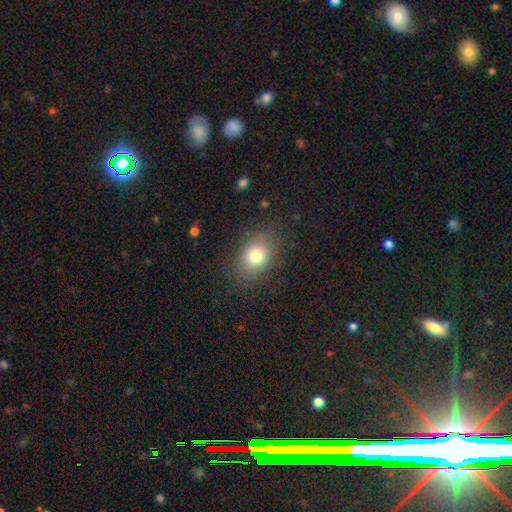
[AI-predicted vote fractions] Q: Smooth or featured?
A: smooth (78%); runner-up: star or artifact (12%)
Q: How rounded?
A: in between (60%); runner-up: round (39%)
Q: Merging?
A: none (82%); runner-up: minor disturbance (12%)